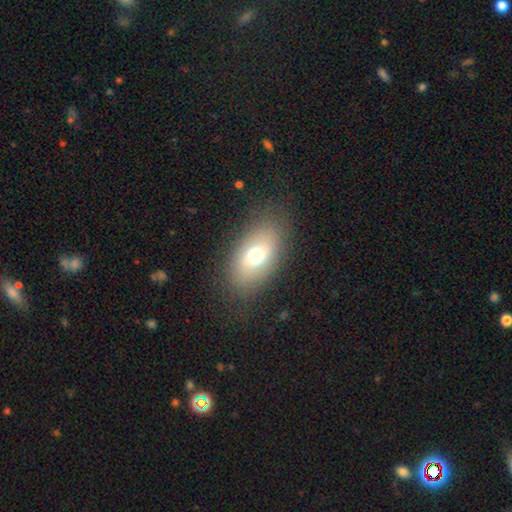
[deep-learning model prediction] smooth_or_featured: smooth (p=0.66) [alt: featured or disk p=0.22]
how_rounded: in between (p=0.86) [alt: round p=0.12]
merging: none (p=0.80) [alt: minor disturbance p=0.12]